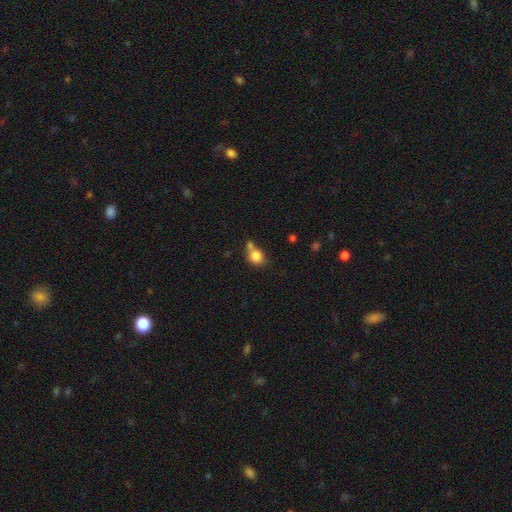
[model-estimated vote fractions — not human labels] Overall: smooth (82%). How rounded: round (70%). Merging: none (44%; merger 35%).